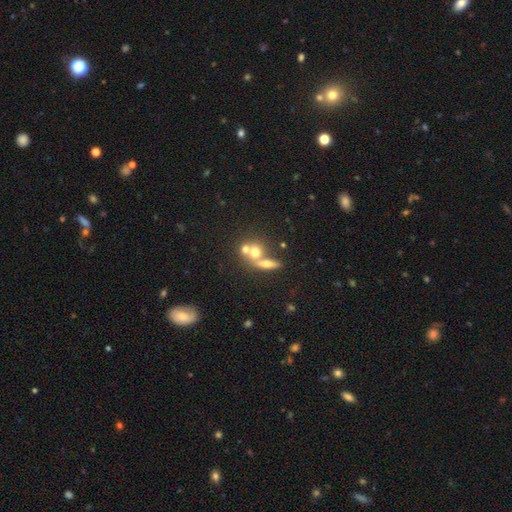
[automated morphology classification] smooth-or-featured: smooth: 43% | featured or disk: 31% | star or artifact: 26%
  merging: merger: 51% | none: 36% | minor disturbance: 8% | major disturbance: 5%